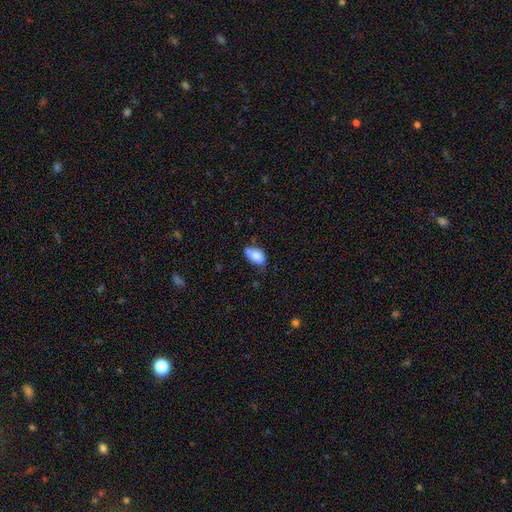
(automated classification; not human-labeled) smooth-or-featured: smooth: 80% | featured or disk: 12% | star or artifact: 8%
  how-rounded: in between: 86% | round: 12% | cigar-shaped: 2%
  merging: none: 47% | minor disturbance: 30% | merger: 15% | major disturbance: 8%